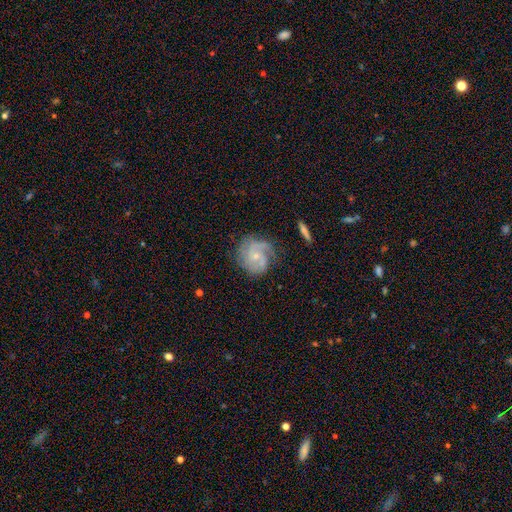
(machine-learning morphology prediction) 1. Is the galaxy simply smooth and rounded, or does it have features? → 77% featured or disk, 17% smooth, 7% star or artifact.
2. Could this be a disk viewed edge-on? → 98% no, 2% yes.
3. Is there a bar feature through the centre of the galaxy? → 71% no, 25% weak, 4% strong.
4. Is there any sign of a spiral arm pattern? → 94% yes, 6% no.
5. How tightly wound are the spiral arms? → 43% tight, 40% medium, 17% loose.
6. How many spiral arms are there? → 37% 2, 21% can't tell, 19% 3, 14% 1, 5% 4, 4% more than 4.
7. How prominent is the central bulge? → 74% small, 21% moderate, 3% none, 1% large, 1% dominant.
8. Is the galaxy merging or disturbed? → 64% none, 21% minor disturbance, 13% major disturbance, 2% merger.